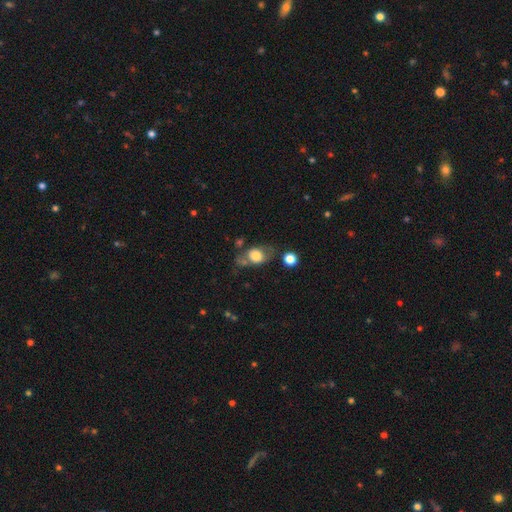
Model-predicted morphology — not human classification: Overall: smooth (65%; featured or disk 26%). How rounded: in between (63%; round 35%). Merging: none (53%; minor disturbance 23%).